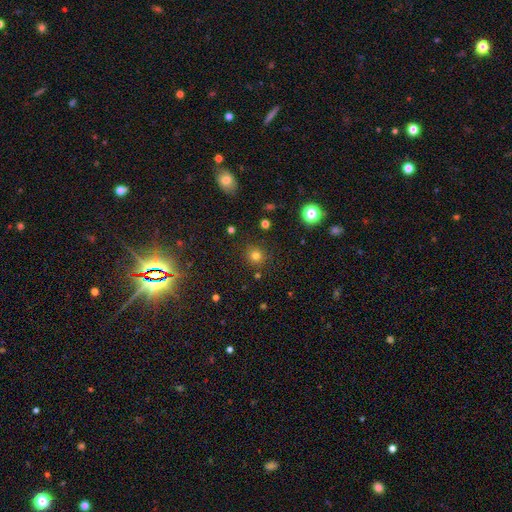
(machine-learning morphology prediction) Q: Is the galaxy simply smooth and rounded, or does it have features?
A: smooth — 77%.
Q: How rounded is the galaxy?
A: round — 91%.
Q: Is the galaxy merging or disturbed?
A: none — 88%.